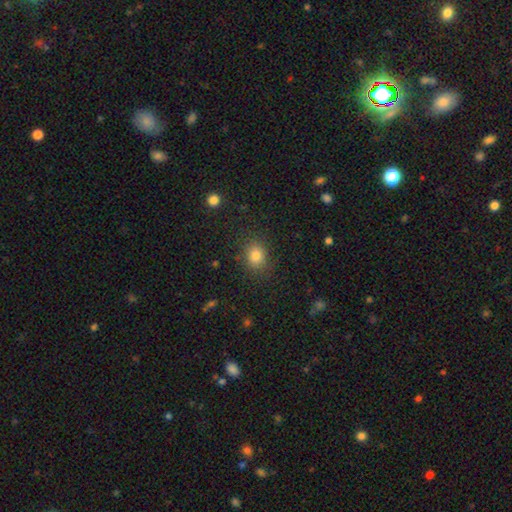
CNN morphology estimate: A smooth galaxy with no disk features (82%) that is round (53%).

Vote fractions:
- Smooth or featured? smooth: 82% / star or artifact: 12% / featured or disk: 6%
- How rounded? round: 53% / in between: 46% / cigar-shaped: 1%
- Merging? none: 83% / minor disturbance: 11% / major disturbance: 4% / merger: 1%